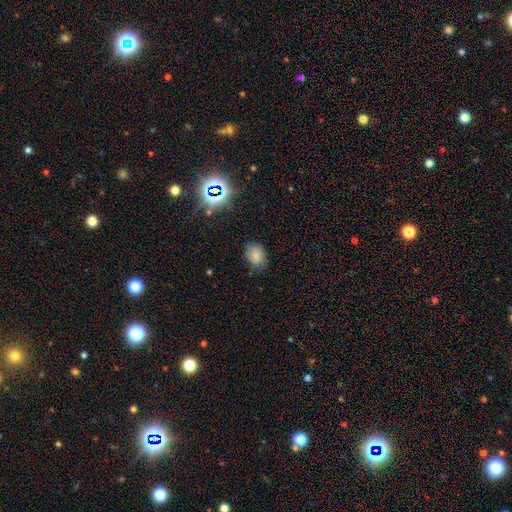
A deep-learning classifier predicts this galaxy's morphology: A smooth galaxy with no disk features (74%) that is in between round and cigar-shaped (58%). Merging: none (71%).